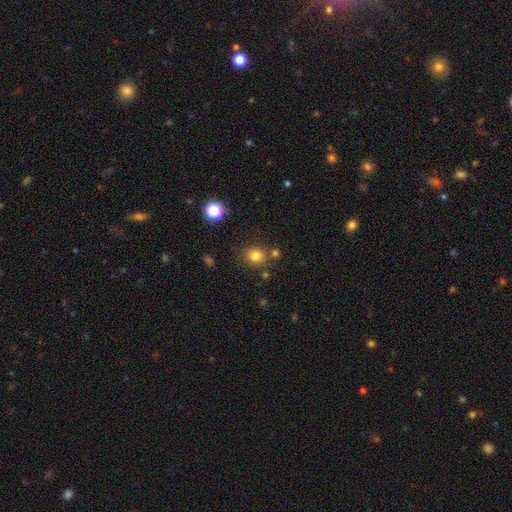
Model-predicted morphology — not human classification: This is clearly a smooth galaxy (80%). How rounded: likely round (80%). Merging: likely none (77%).